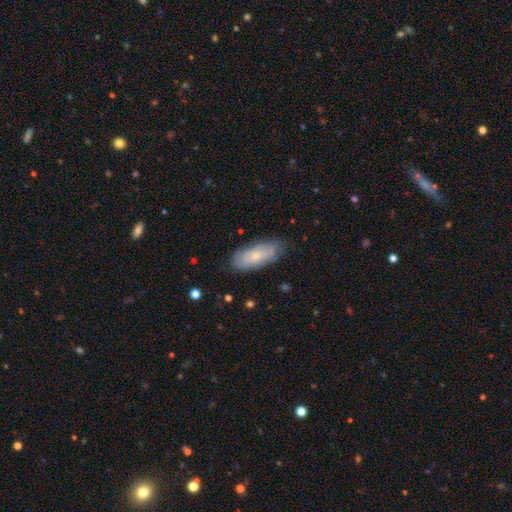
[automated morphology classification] Smooth or featured? Predicted: smooth (p=0.54). How rounded? Predicted: in between (p=0.82). Merging? Predicted: none (p=0.76).